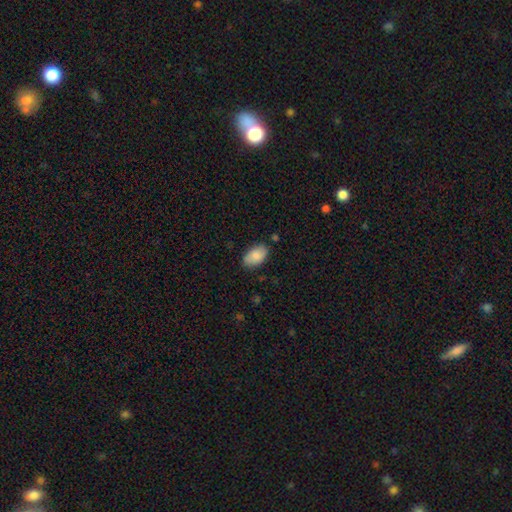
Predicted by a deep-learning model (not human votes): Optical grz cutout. It shows a smooth galaxy with no disk features (85%) that is in between round and cigar-shaped (94%). Merging: none (79%).